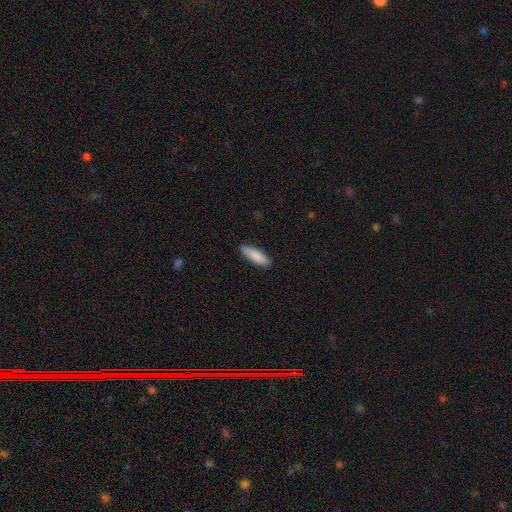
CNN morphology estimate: type=smooth (87%); roundness=cigar-shaped (54%); merging=none (89%).